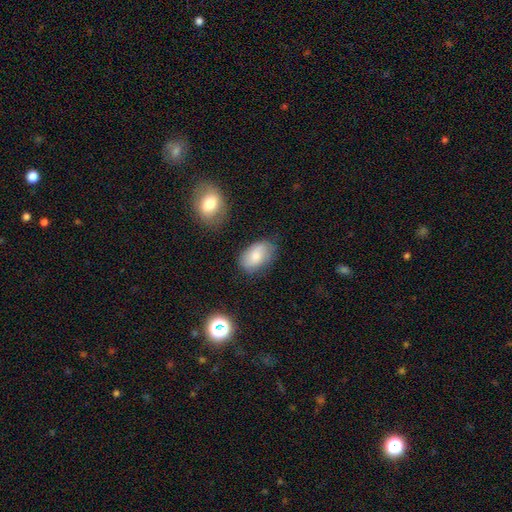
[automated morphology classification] Overall: smooth (76%). How rounded: in between (91%). Merging: none (69%).